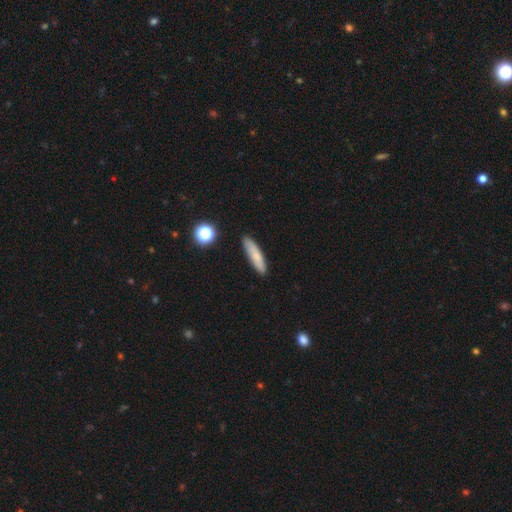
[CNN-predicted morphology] Smooth or featured: smooth — 78% (featured or disk — 15%)
How rounded: cigar-shaped — 77% (in between — 21%)
Merging: none — 88% (minor disturbance — 9%)